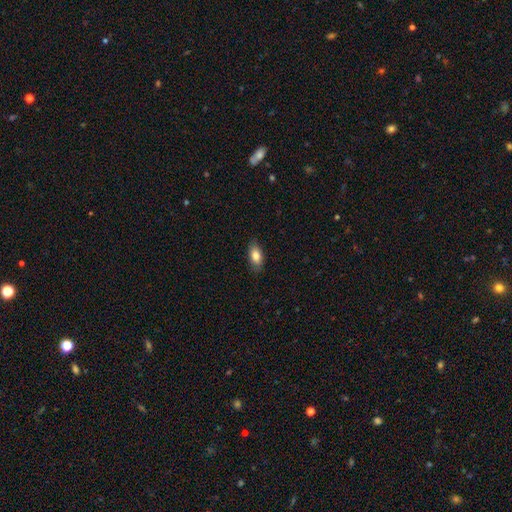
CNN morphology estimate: smooth 83%, featured or disk 10%, star or artifact 7%. Down the decision tree: how rounded — in between (89%); merging — none (86%).